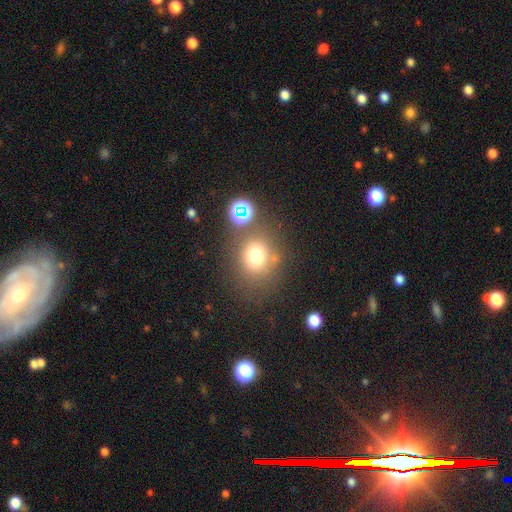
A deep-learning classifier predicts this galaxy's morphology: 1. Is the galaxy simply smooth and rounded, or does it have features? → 72% smooth, 17% star or artifact, 11% featured or disk.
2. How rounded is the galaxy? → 72% round, 27% in between, 1% cigar-shaped.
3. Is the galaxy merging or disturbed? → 68% none, 13% minor disturbance, 12% merger, 7% major disturbance.